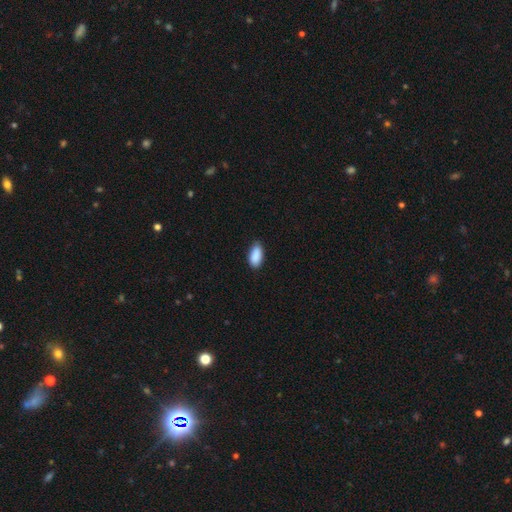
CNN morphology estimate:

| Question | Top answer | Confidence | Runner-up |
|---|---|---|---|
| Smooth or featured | smooth | 90% | star or artifact (7%) |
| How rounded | in between | 92% | cigar-shaped (6%) |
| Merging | none | 80% | minor disturbance (16%) |